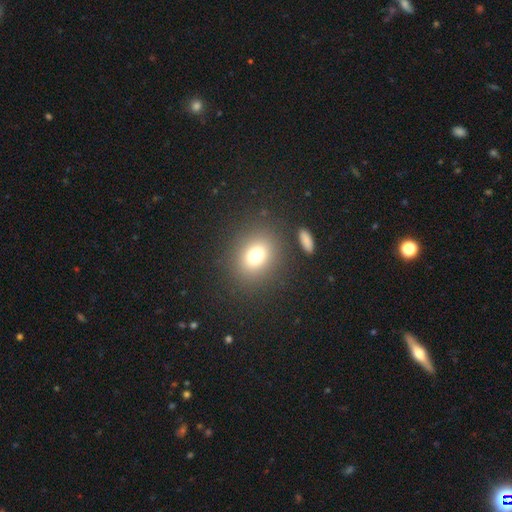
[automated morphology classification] type=smooth (75%); roundness=round (57%); merging=none (84%).